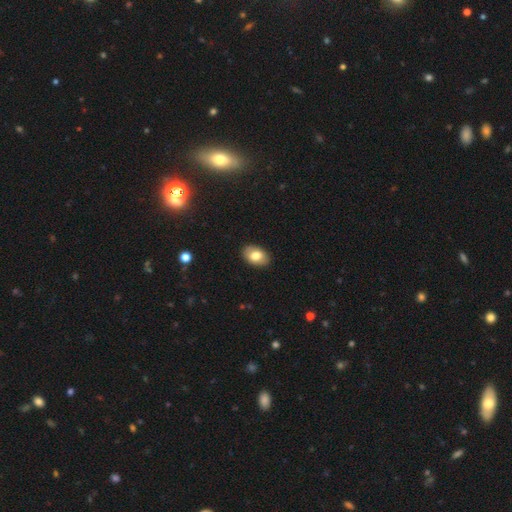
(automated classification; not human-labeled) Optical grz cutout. It shows a smooth galaxy with no disk features (78%) that is in between round and cigar-shaped (87%). Merging: none (88%).